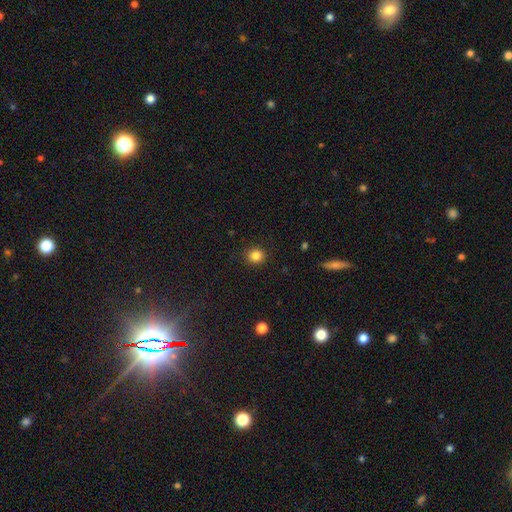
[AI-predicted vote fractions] Morphology: type=smooth (85%); roundness=round (84%); merging=none (91%).